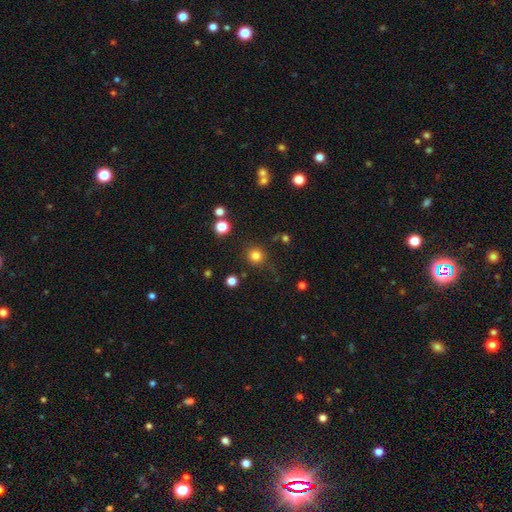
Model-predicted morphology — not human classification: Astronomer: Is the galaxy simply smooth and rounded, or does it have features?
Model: smooth — 81%.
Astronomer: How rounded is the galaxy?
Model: round — 92%.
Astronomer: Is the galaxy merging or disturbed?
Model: none — 83%.